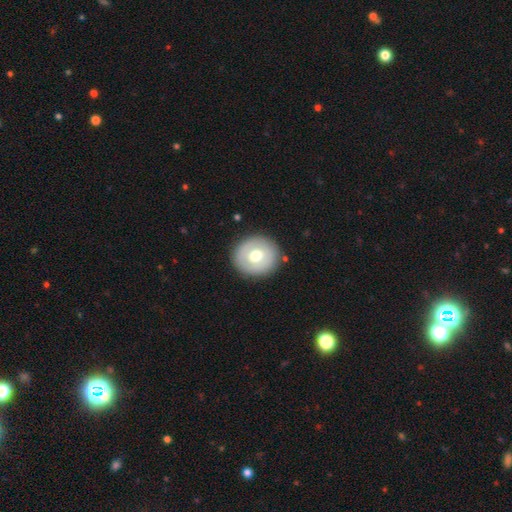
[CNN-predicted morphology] A smooth galaxy with no disk features (57%) that is round (85%).

Vote fractions:
- Smooth or featured? smooth: 57% / featured or disk: 36% / star or artifact: 7%
- How rounded? round: 85% / in between: 14% / cigar-shaped: 1%
- Merging? none: 87% / minor disturbance: 9% / major disturbance: 3% / merger: 2%